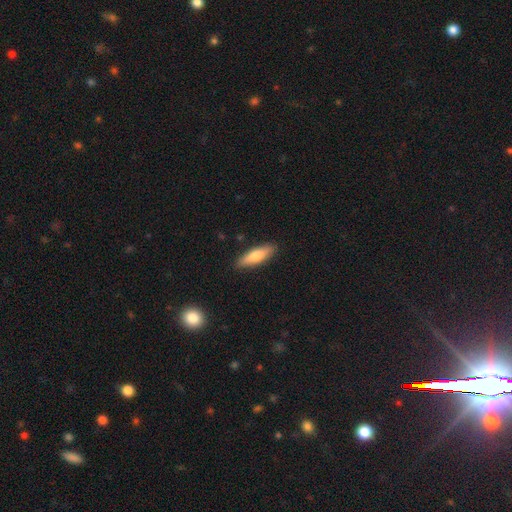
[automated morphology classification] A smooth galaxy with no disk features (74%) that is cigar-shaped (61%).

Vote fractions:
- Smooth or featured? smooth: 74% / featured or disk: 20% / star or artifact: 6%
- How rounded? cigar-shaped: 61% / in between: 37% / round: 2%
- Merging? none: 88% / minor disturbance: 9% / major disturbance: 2% / merger: 1%